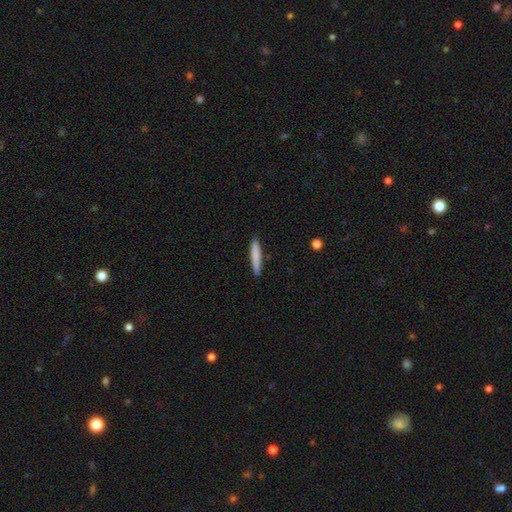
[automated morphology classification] Smooth or featured? Predicted: smooth (p=0.81). How rounded? Predicted: cigar-shaped (p=0.92). Merging? Predicted: none (p=0.88).